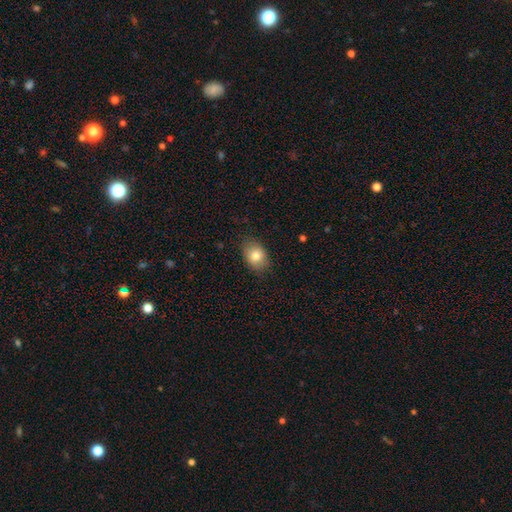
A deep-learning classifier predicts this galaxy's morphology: Q: Smooth or featured?
A: smooth (81%); runner-up: featured or disk (11%)
Q: How rounded?
A: in between (74%); runner-up: round (25%)
Q: Merging?
A: none (83%); runner-up: minor disturbance (13%)